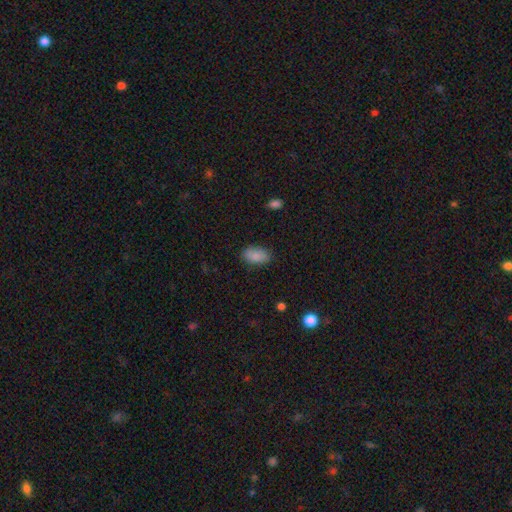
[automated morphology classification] A smooth galaxy with no disk features (88%) that is in between round and cigar-shaped (93%). Merging: none (83%).